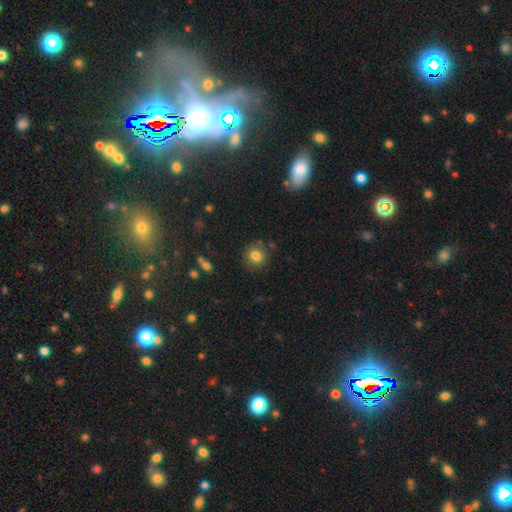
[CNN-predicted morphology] This appears to be a smooth galaxy with no disk features (81%) that is round (84%). Merging: none (83%).